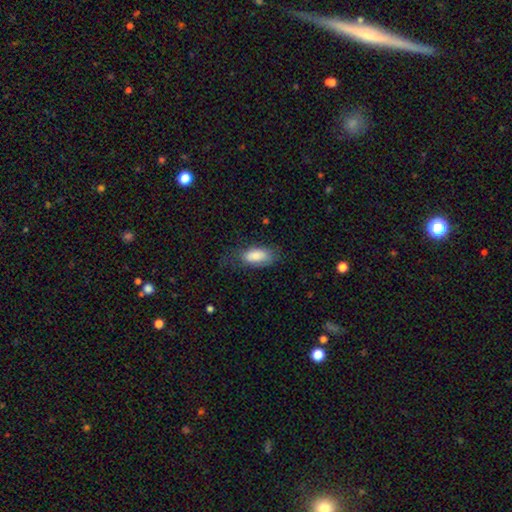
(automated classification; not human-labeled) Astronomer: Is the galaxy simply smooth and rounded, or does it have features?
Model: smooth — 82%.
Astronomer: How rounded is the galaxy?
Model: in between — 90%.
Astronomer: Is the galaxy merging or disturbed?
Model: none — 56%.